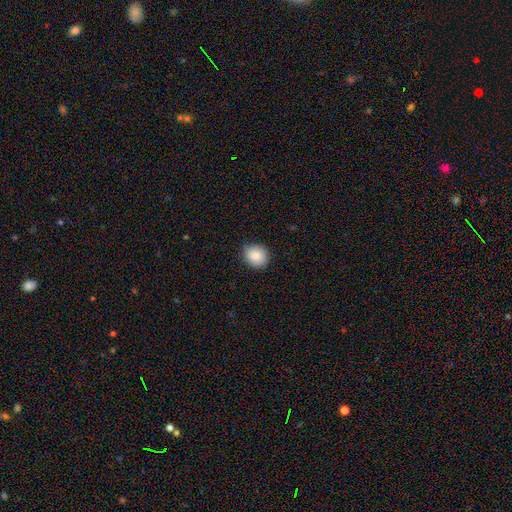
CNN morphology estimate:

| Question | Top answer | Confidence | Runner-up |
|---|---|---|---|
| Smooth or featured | smooth | 87% | star or artifact (8%) |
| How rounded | round | 70% | in between (29%) |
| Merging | none | 87% | minor disturbance (10%) |